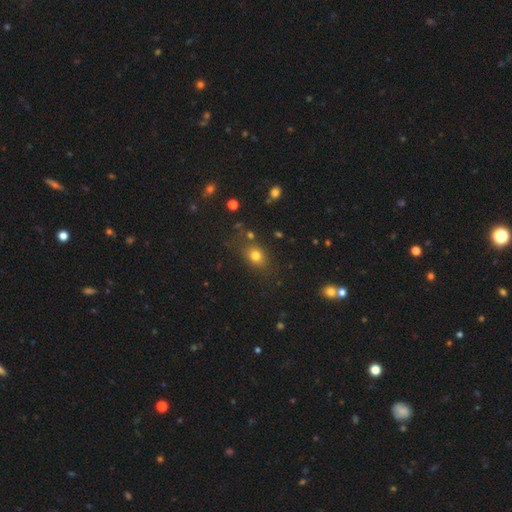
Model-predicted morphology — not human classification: Overall: smooth (75%). How rounded: in between (52%; round 46%). Merging: none (73%).